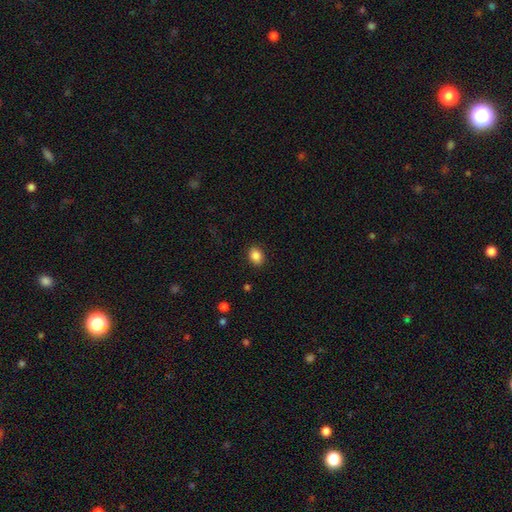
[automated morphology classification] Smooth or featured? Predicted: smooth (p=0.87). How rounded? Predicted: in between (p=0.59). Merging? Predicted: none (p=0.89).